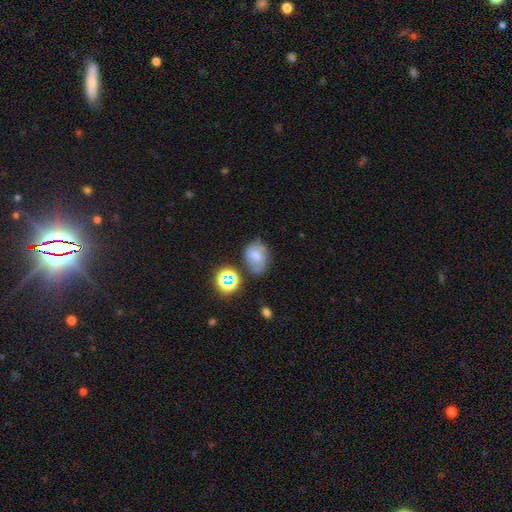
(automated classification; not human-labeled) Overall: smooth (40%; featured or disk 34%). Merging: none (64%).